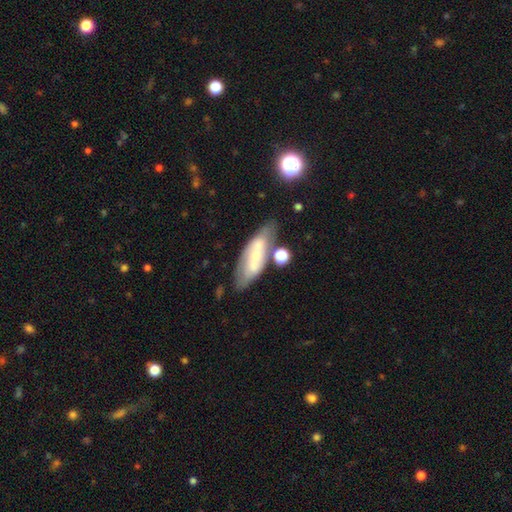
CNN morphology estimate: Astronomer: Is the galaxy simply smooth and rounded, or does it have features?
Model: featured or disk — 49% (runner-up: smooth, 43%).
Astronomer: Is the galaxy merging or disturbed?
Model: none — 61%.